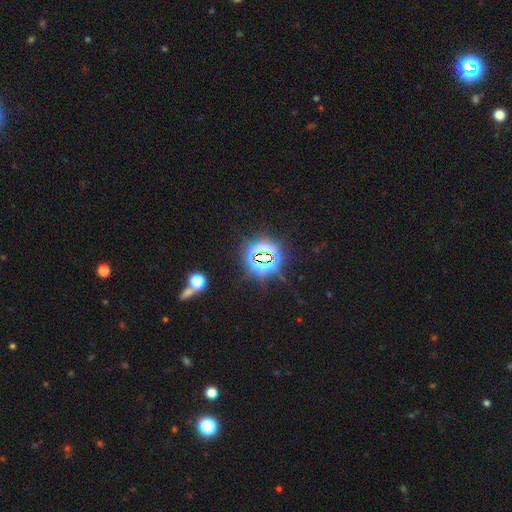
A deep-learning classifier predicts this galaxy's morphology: Smooth or featured? star or artifact (79%)